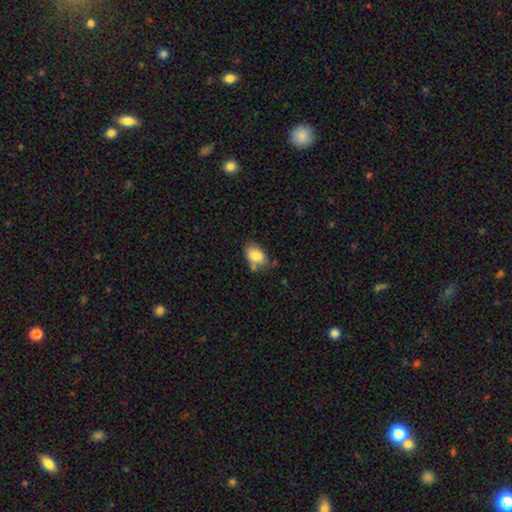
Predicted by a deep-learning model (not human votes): Smooth or featured: smooth — 82% (featured or disk — 10%)
How rounded: in between — 83% (round — 15%)
Merging: none — 59% (minor disturbance — 25%)